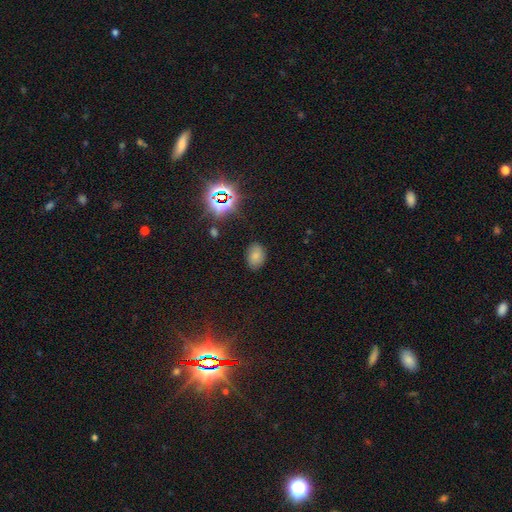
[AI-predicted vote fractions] smooth-or-featured: smooth: 73% | star or artifact: 17% | featured or disk: 9%
  how-rounded: in between: 82% | round: 17% | cigar-shaped: 1%
  merging: none: 84% | minor disturbance: 12% | major disturbance: 3% | merger: 1%